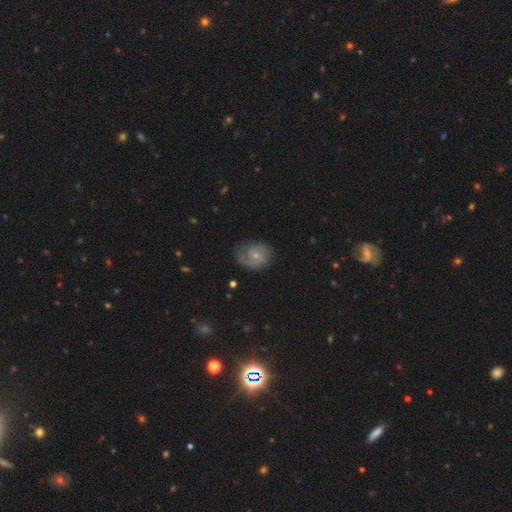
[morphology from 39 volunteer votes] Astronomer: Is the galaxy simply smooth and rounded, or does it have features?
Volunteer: featured or disk — 77%.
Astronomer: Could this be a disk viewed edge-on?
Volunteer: no — 100%.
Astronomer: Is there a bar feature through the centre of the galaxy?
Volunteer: no — 53% (runner-up: weak, 33%).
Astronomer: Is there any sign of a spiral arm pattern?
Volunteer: yes — 100%.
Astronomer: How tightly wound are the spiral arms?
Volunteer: medium — 53% (runner-up: tight, 33%).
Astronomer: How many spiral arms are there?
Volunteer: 2 — 67%.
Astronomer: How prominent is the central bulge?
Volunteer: small — 53% (runner-up: moderate, 30%).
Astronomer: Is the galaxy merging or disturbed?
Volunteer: none — 86%.